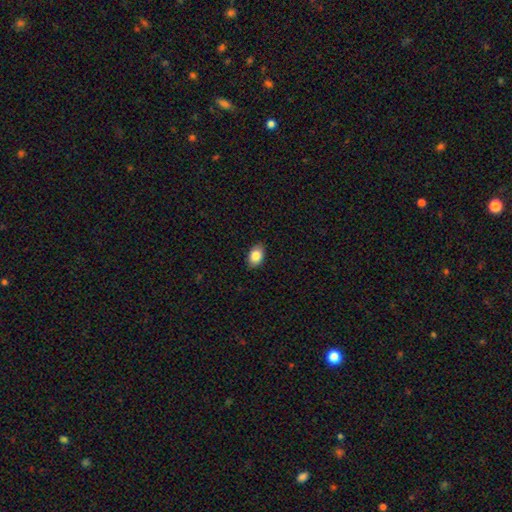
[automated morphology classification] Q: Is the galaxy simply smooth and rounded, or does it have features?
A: smooth — 85%.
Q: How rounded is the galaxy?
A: in between — 85%.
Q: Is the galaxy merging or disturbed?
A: none — 87%.